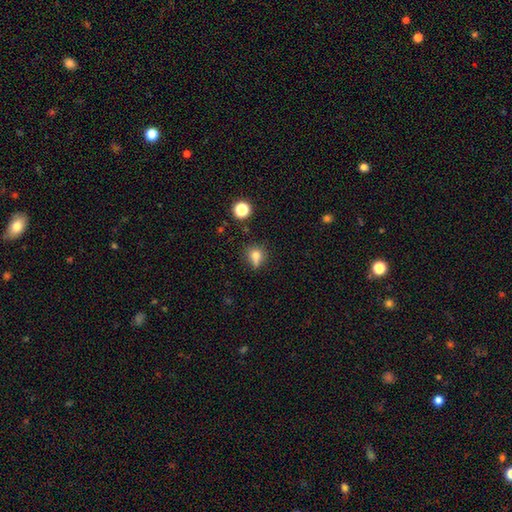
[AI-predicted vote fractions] Smooth or featured? smooth (74%)
How rounded? round (71%)
Merging? none (52%)